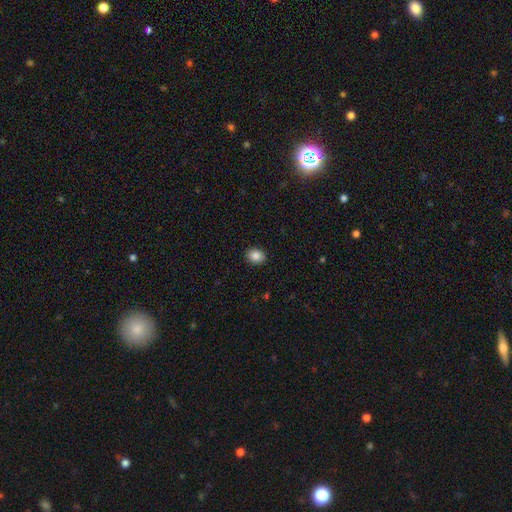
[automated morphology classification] Smooth or featured?
  - smooth: 87% *
  - star or artifact: 9%
  - featured or disk: 5%
How rounded?
  - in between: 52% *
  - round: 47%
  - cigar-shaped: 1%
Merging?
  - none: 91% *
  - minor disturbance: 6%
  - major disturbance: 2%
  - merger: 1%